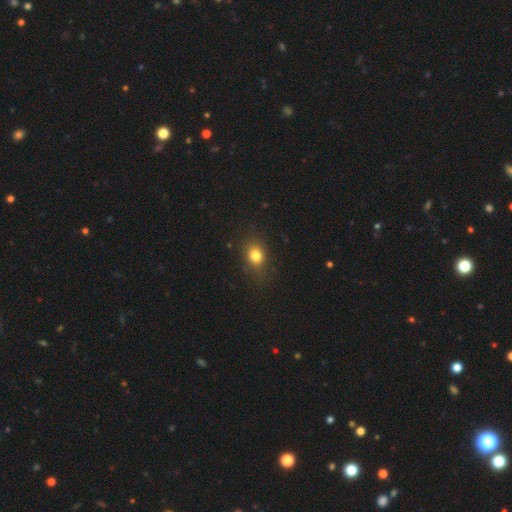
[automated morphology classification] Overall: smooth (80%). How rounded: in between (54%; round 44%). Merging: none (80%).